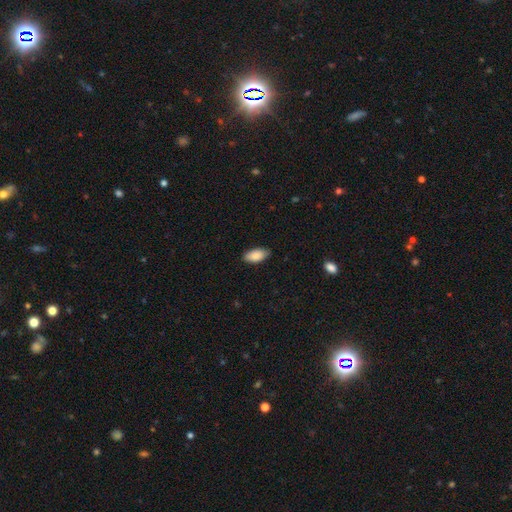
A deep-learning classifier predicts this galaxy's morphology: This is clearly a smooth galaxy (88%). How rounded: clearly in between (92%). Merging: clearly none (86%).